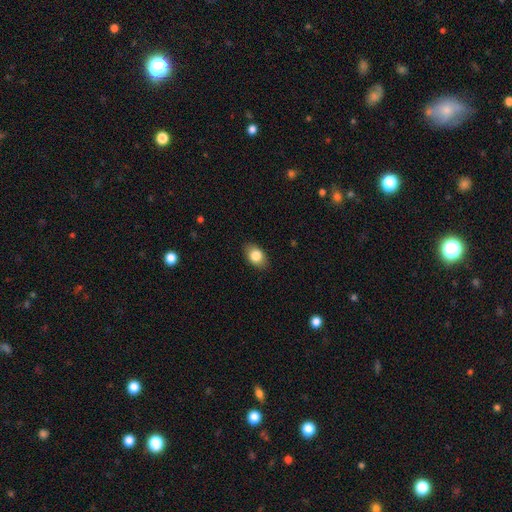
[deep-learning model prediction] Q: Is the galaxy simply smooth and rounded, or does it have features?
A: smooth — 82%.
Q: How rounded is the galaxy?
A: in between — 80%.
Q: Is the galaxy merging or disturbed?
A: none — 86%.